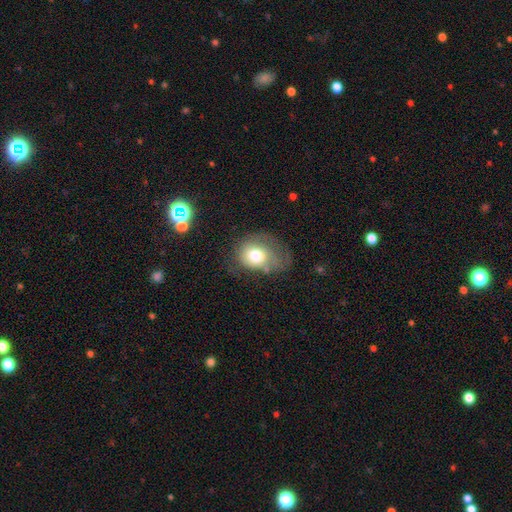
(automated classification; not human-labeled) The model was most divided on "merging": none: 35%, minor disturbance: 31%, major disturbance: 30%, merger: 4%. More confident: smooth or featured — smooth (66%); how rounded — in between (52%).